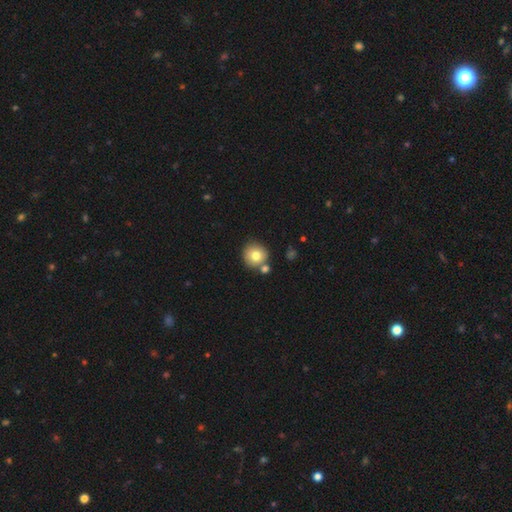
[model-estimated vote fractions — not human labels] Morphology: type=smooth (77%); roundness=round (93%); merging=none (70%).